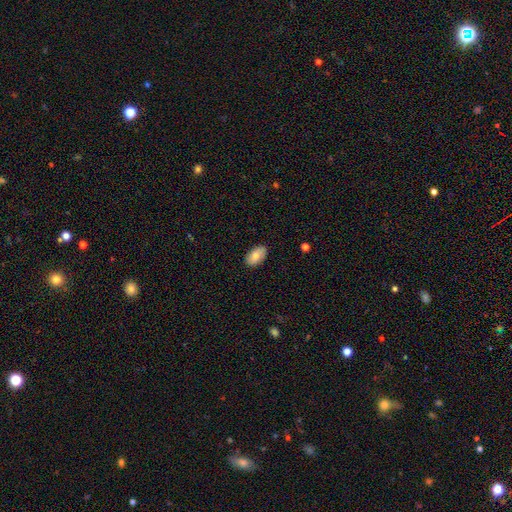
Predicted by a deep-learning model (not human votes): Smooth or featured?
  - smooth: 82% *
  - featured or disk: 12%
  - star or artifact: 6%
How rounded?
  - in between: 94% *
  - round: 4%
  - cigar-shaped: 2%
Merging?
  - none: 87% *
  - minor disturbance: 10%
  - major disturbance: 2%
  - merger: 1%